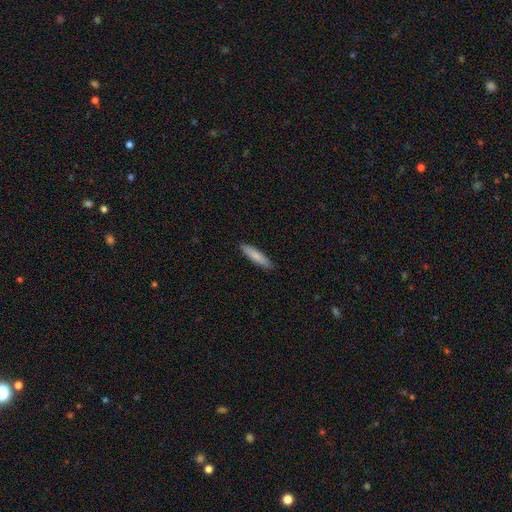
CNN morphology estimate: A smooth galaxy with no disk features (80%) that is cigar-shaped (80%). Merging: none (89%).